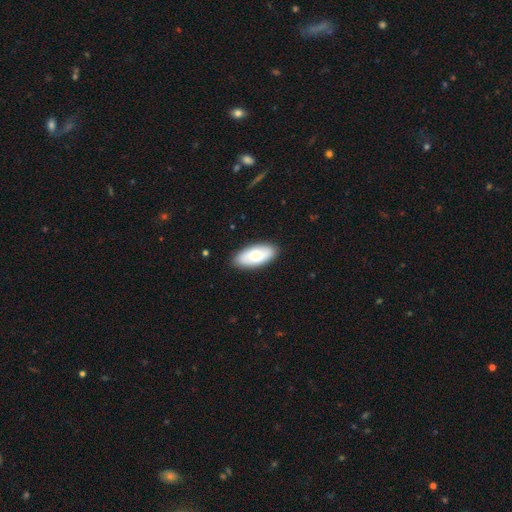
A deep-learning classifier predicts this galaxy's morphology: Smooth or featured? smooth (65%)
How rounded? in between (92%)
Merging? none (89%)